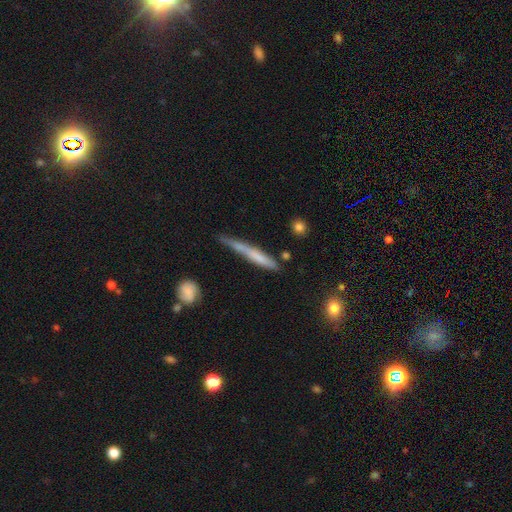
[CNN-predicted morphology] A smooth galaxy with no disk features (55%) that is cigar-shaped (95%). Merging: none (60%).